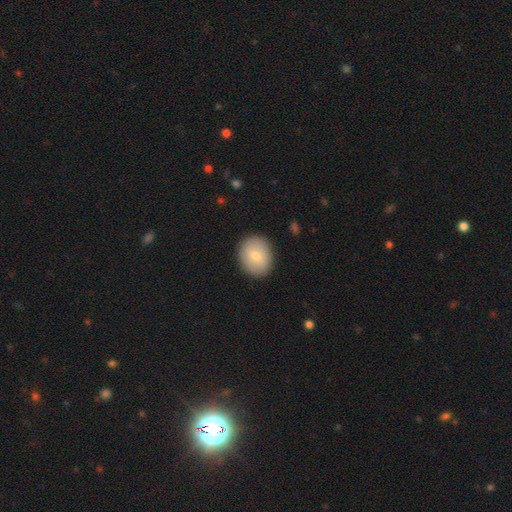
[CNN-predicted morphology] A smooth galaxy with no disk features (76%) that is round (57%). Merging: none (89%).